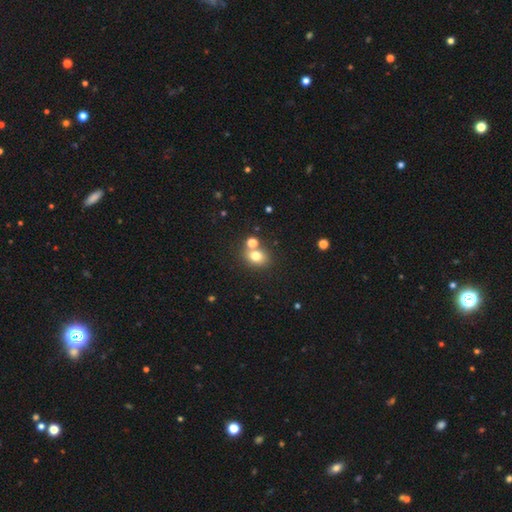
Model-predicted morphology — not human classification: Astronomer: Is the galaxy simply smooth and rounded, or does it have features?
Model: smooth — 76%.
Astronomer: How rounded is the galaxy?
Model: round — 57% (runner-up: in between, 42%).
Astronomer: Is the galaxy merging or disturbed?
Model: none — 64%.